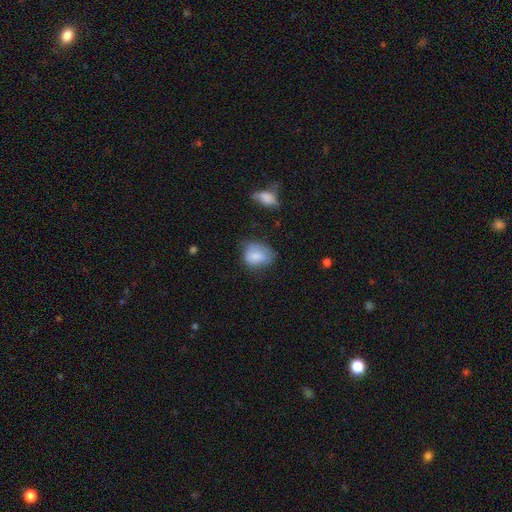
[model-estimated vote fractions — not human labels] Smooth or featured? Predicted: smooth (p=0.80). How rounded? Predicted: in between (p=0.63). Merging? Predicted: none (p=0.50).